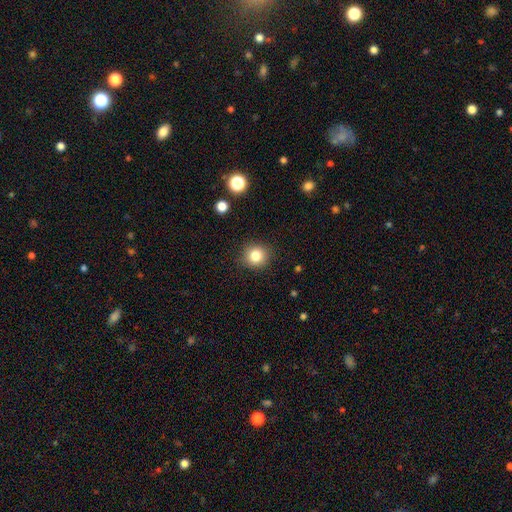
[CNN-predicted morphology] Q: Smooth or featured?
A: smooth (82%); runner-up: star or artifact (11%)
Q: How rounded?
A: round (89%); runner-up: in between (10%)
Q: Merging?
A: none (89%); runner-up: minor disturbance (8%)